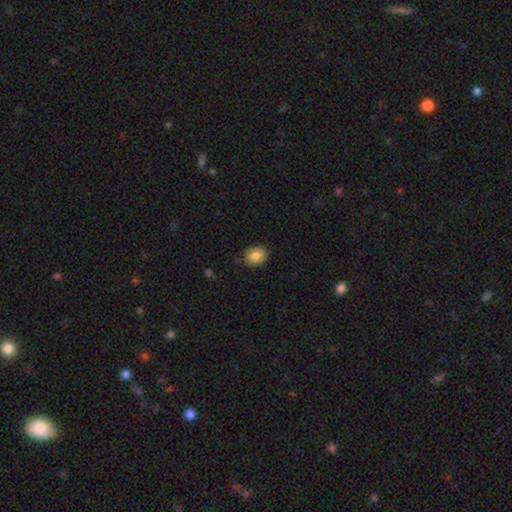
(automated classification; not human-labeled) Smooth or featured?
  - smooth: 85% *
  - star or artifact: 8%
  - featured or disk: 7%
How rounded?
  - round: 50% *
  - in between: 49%
  - cigar-shaped: 1%
Merging?
  - none: 85% *
  - minor disturbance: 11%
  - major disturbance: 2%
  - merger: 1%